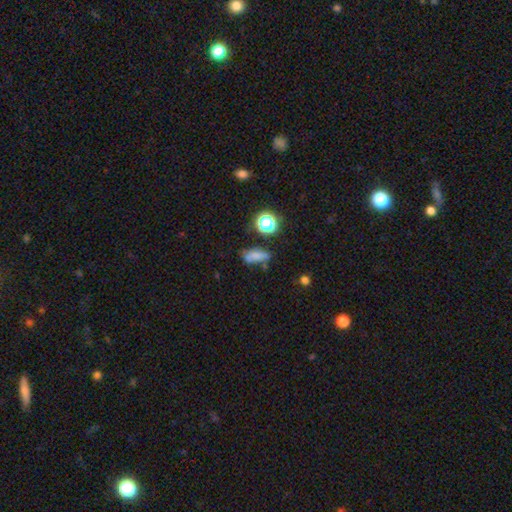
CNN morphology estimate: The model was most divided on "merging": none: 51%, minor disturbance: 26%, major disturbance: 12%, merger: 12%. More confident: smooth or featured — smooth (66%); how rounded — in between (58%).